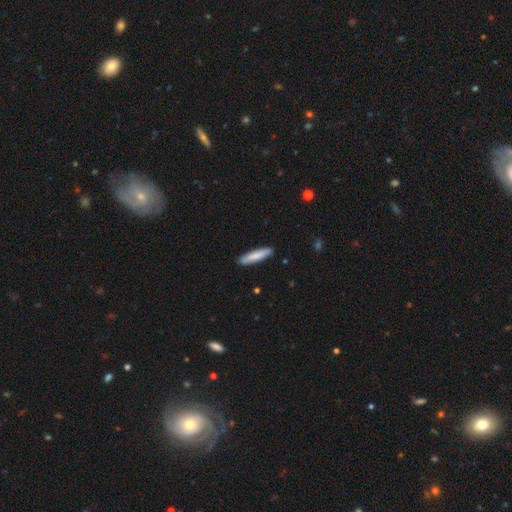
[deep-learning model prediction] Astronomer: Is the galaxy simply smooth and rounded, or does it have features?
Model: smooth — 79%.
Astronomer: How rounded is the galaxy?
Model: cigar-shaped — 83%.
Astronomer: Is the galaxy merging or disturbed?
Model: none — 89%.